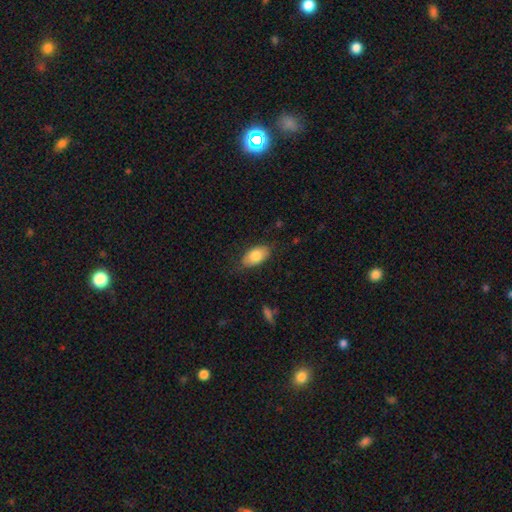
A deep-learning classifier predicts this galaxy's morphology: smooth 80%, featured or disk 13%, star or artifact 7%. Down the decision tree: how rounded — in between (93%); merging — none (78%).